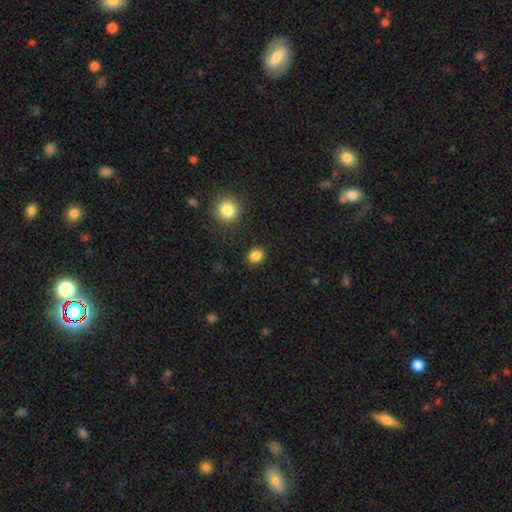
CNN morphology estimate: The model was most divided on "how rounded": round: 65%, in between: 34%, cigar-shaped: 1%. More confident: merging — none (89%); smooth or featured — smooth (85%).